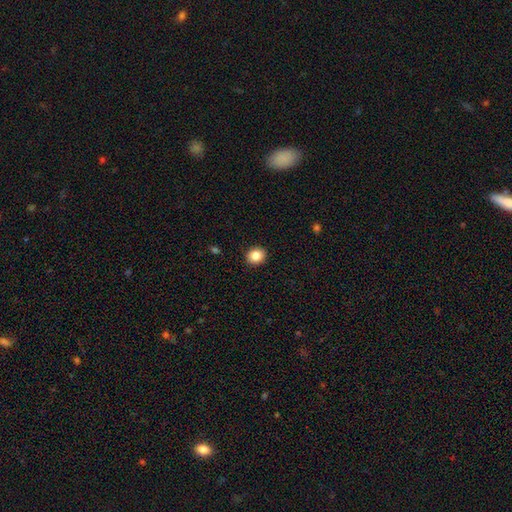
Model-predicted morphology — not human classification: Smooth or featured: smooth — 85% (star or artifact — 10%)
How rounded: round — 78% (in between — 21%)
Merging: none — 92% (minor disturbance — 6%)